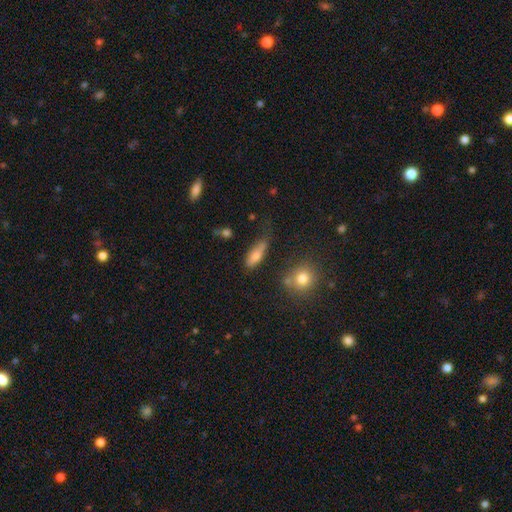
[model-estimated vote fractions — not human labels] This is likely a smooth galaxy (71%). How rounded: likely in between (60%). Merging: possibly none (51%).